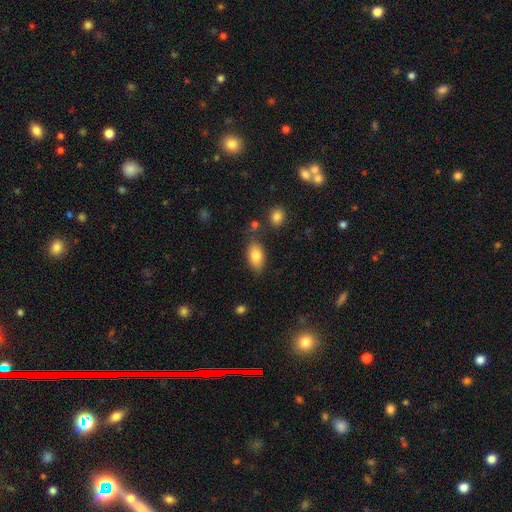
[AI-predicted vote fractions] This appears to be a smooth galaxy with no disk features (83%) that is in between round and cigar-shaped (92%). Merging: none (76%).